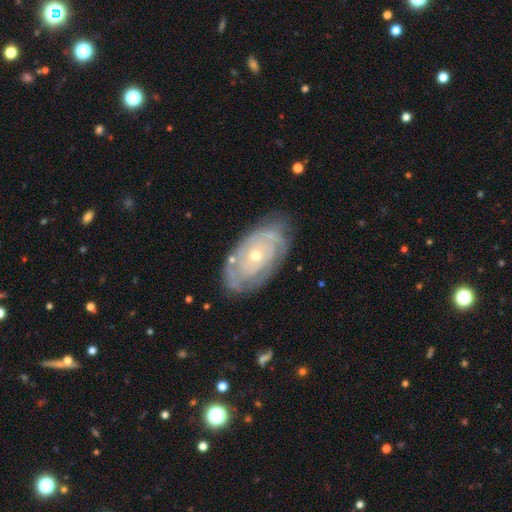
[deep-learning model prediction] A featured or disk galaxy (80%) with no bar (83%), tight (76%) spiral arms (84%) and a small central bulge (61%). Merging: none (72%).